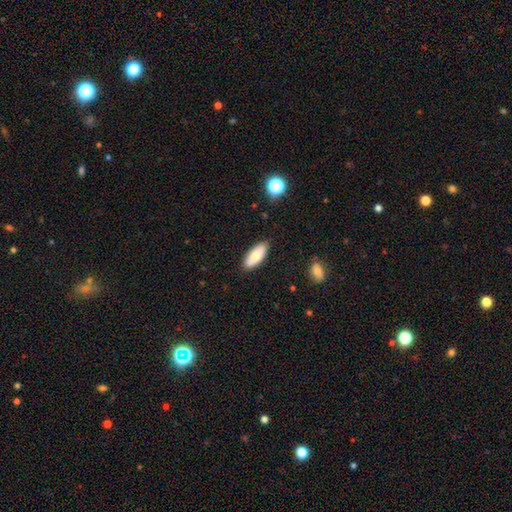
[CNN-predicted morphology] Q: Smooth or featured?
A: smooth (76%); runner-up: featured or disk (17%)
Q: How rounded?
A: in between (84%); runner-up: cigar-shaped (14%)
Q: Merging?
A: none (85%); runner-up: minor disturbance (11%)